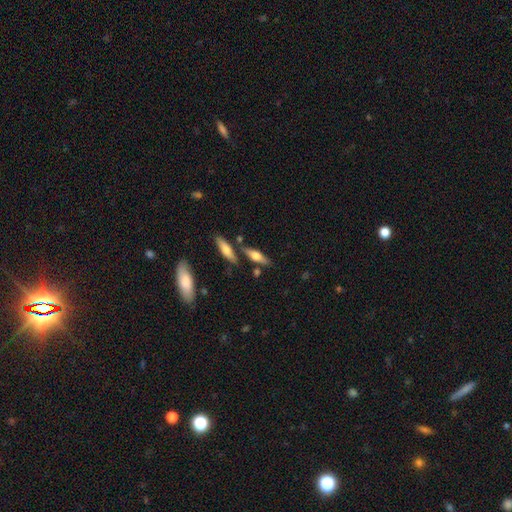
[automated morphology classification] smooth-or-featured: featured or disk: 47% | smooth: 46% | star or artifact: 7%
  merging: none: 74% | minor disturbance: 12% | merger: 11% | major disturbance: 3%